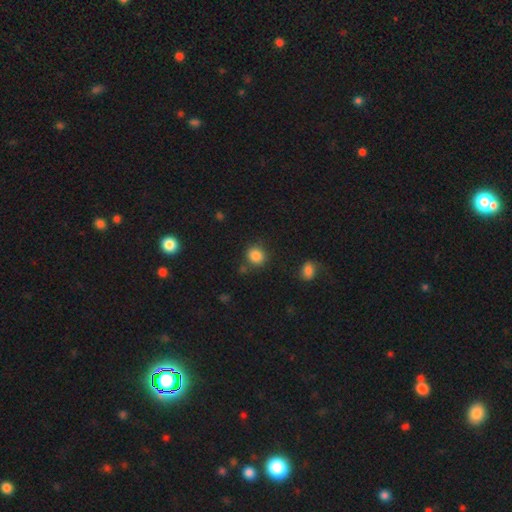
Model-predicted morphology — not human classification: Q: Smooth or featured?
A: smooth (85%); runner-up: star or artifact (11%)
Q: How rounded?
A: round (79%); runner-up: in between (20%)
Q: Merging?
A: none (80%); runner-up: minor disturbance (12%)